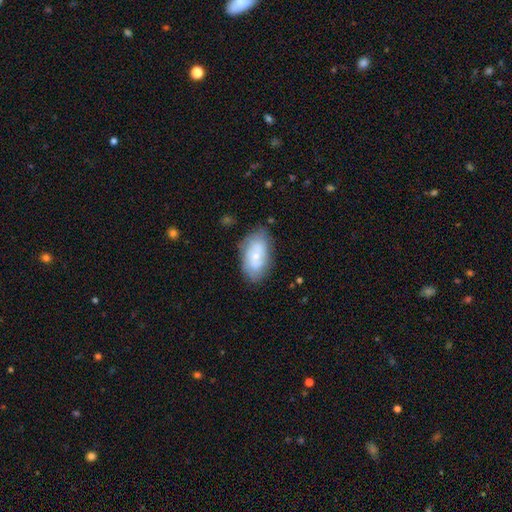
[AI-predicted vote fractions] Q: Smooth or featured?
A: smooth (54%); runner-up: featured or disk (39%)
Q: How rounded?
A: in between (92%); runner-up: round (5%)
Q: Merging?
A: none (71%); runner-up: minor disturbance (20%)